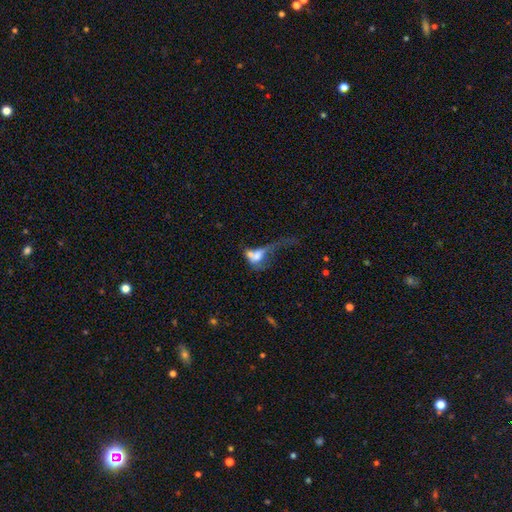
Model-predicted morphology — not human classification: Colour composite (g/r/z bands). It shows a smooth galaxy with no disk features (50%) that is in between round and cigar-shaped (72%). Merging: merger (44%).